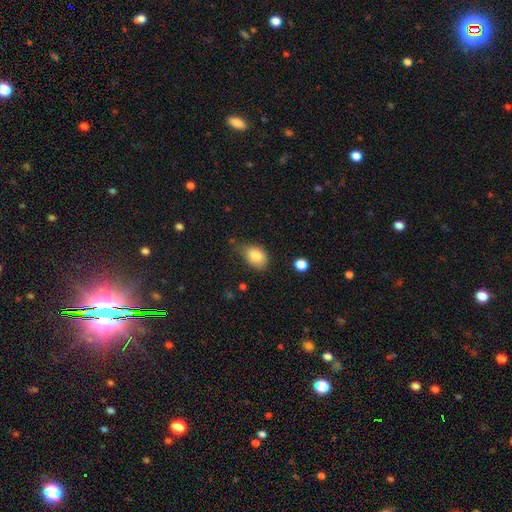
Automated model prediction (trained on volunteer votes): Smooth or featured?
  - smooth: 82% *
  - featured or disk: 9%
  - star or artifact: 9%
How rounded?
  - in between: 71% *
  - round: 28%
  - cigar-shaped: 1%
Merging?
  - none: 49% *
  - minor disturbance: 39%
  - major disturbance: 9%
  - merger: 3%